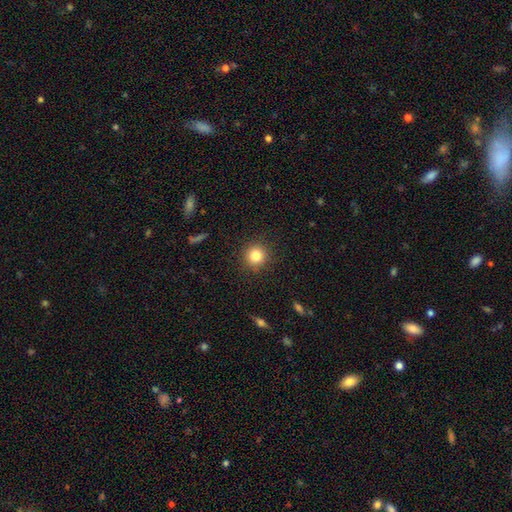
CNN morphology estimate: Overall: smooth (82%). How rounded: round (93%). Merging: none (90%).